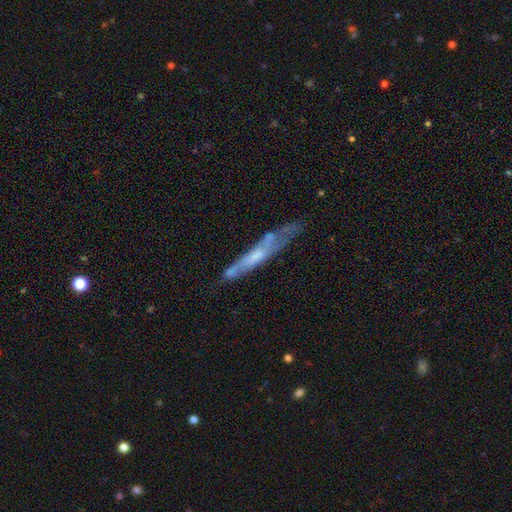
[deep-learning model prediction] A featured or disk galaxy (59%) viewed edge-on (67%). Merging: none (51%).